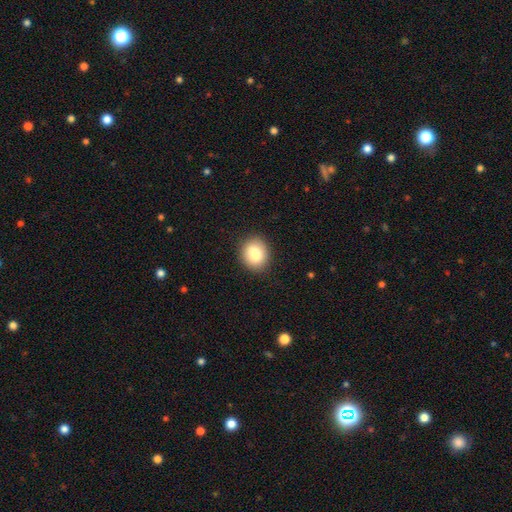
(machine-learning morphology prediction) Smooth or featured? Predicted: smooth (p=0.76). How rounded? Predicted: round (p=0.65). Merging? Predicted: none (p=0.70).